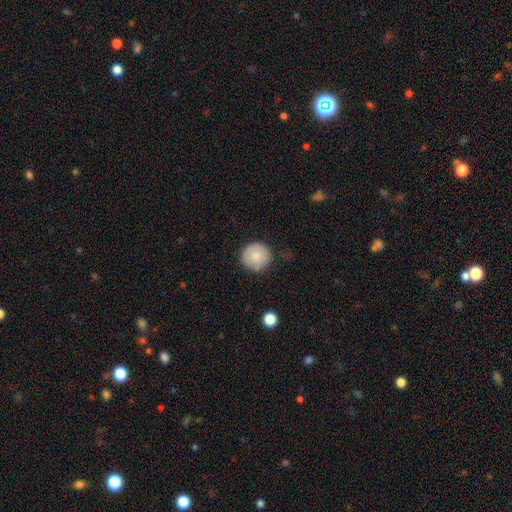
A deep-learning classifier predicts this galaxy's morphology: Overall: smooth (84%). How rounded: round (94%). Merging: none (82%).